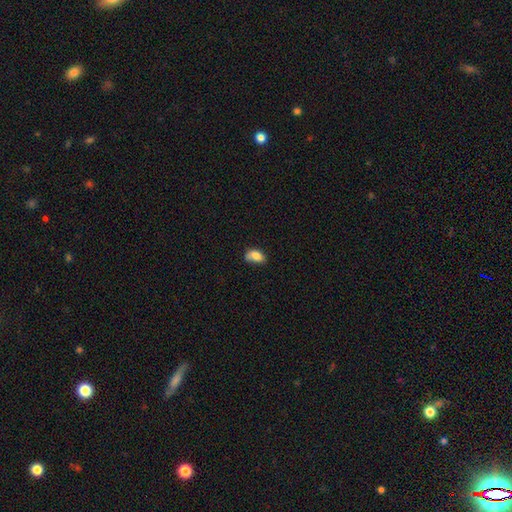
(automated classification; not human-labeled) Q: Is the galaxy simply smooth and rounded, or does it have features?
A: smooth — 81%.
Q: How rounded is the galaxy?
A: in between — 89%.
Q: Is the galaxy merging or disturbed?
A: none — 47%.